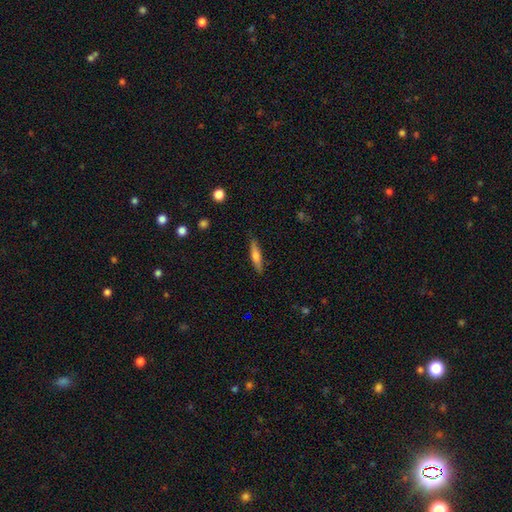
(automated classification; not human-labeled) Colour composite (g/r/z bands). It shows a smooth galaxy with no disk features (57%) that is cigar-shaped (83%). Merging: none (87%).